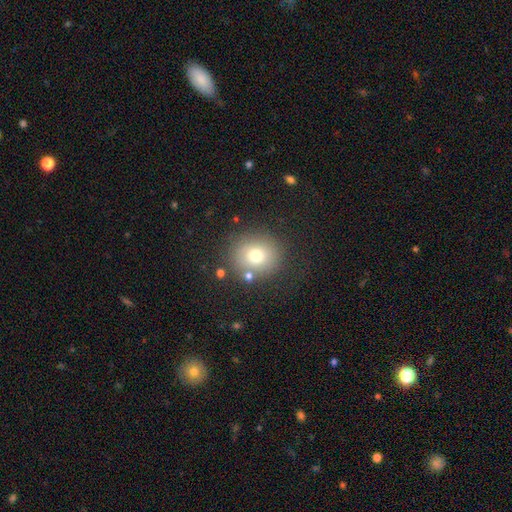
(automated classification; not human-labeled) Overall: smooth (74%). How rounded: round (82%). Merging: none (81%).